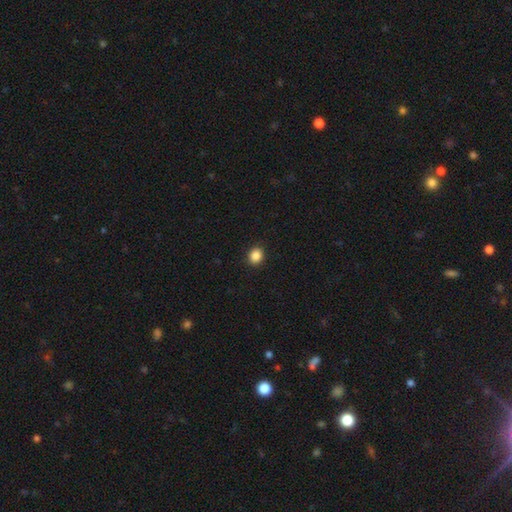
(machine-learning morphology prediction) This appears to be a smooth galaxy with no disk features (87%) that is round (77%). Merging: none (91%).